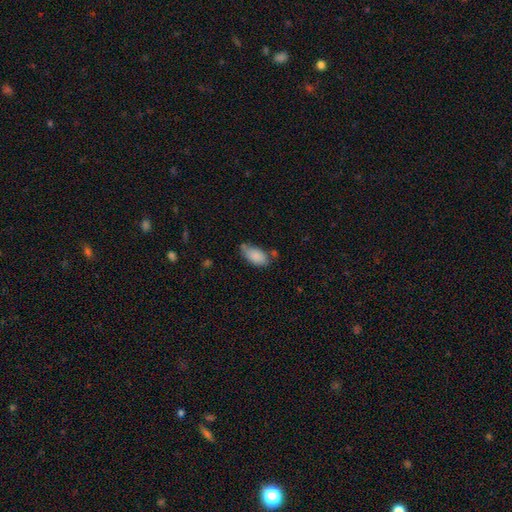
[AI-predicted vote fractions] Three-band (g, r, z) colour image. It shows a smooth galaxy with no disk features (86%) that is in between round and cigar-shaped (93%). Merging: none (55%).